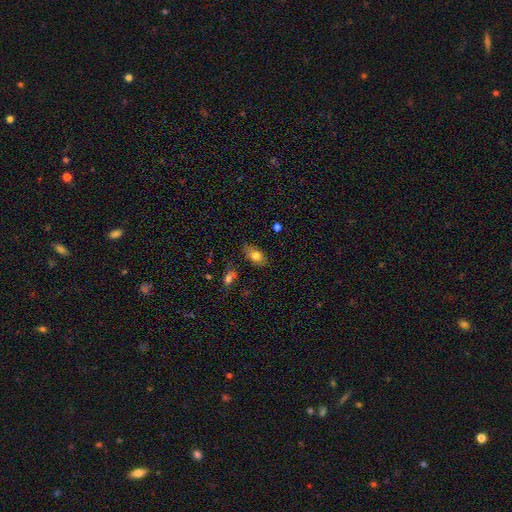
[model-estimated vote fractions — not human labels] Overall: smooth (76%). How rounded: in between (86%). Merging: none (74%).